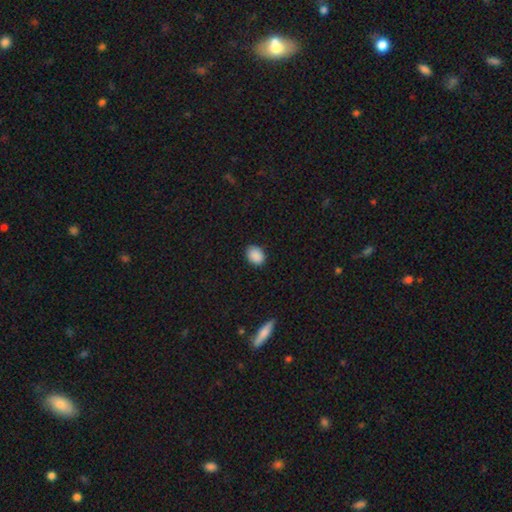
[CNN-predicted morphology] A smooth galaxy with no disk features (89%) that is in between round and cigar-shaped (63%). Merging: none (88%).